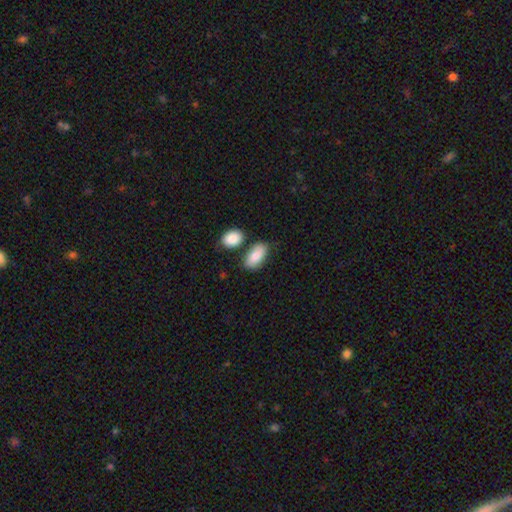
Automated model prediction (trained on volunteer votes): A smooth galaxy with no disk features (84%) that is in between round and cigar-shaped (92%). Merging: none (65%).